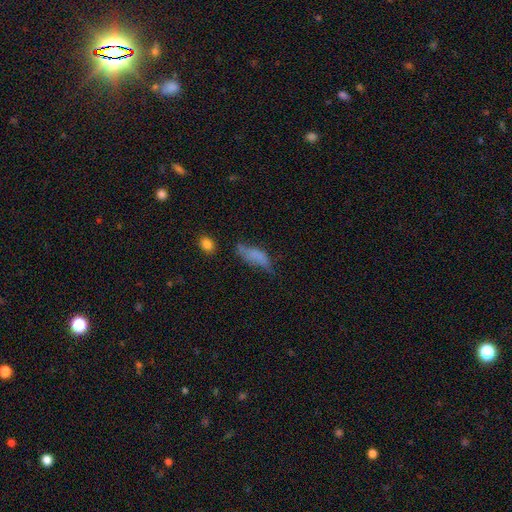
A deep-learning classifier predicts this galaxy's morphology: Smooth or featured?
  - smooth: 64% *
  - featured or disk: 24%
  - star or artifact: 12%
How rounded?
  - in between: 66% *
  - cigar-shaped: 31%
  - round: 3%
Merging?
  - none: 35% *
  - minor disturbance: 34%
  - major disturbance: 24%
  - merger: 7%